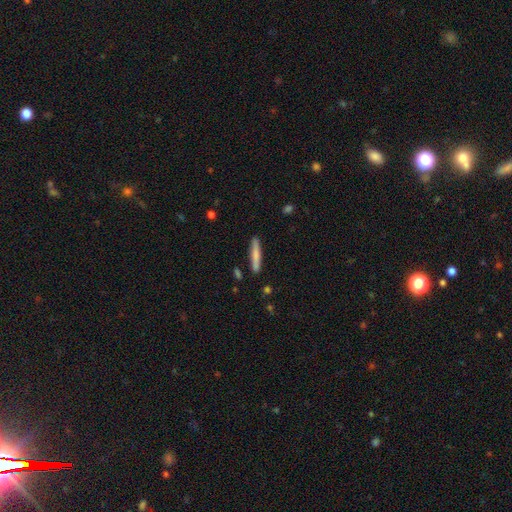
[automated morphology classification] smooth 72%, featured or disk 22%, star or artifact 5%. Down the decision tree: how rounded — cigar-shaped (93%); merging — none (88%).